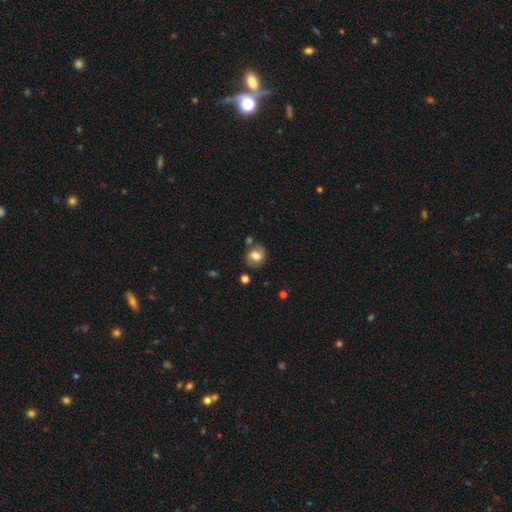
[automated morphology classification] A smooth galaxy with no disk features (71%) that is round (63%).

Vote fractions:
- Smooth or featured? smooth: 71% / featured or disk: 19% / star or artifact: 9%
- How rounded? round: 63% / in between: 36% / cigar-shaped: 1%
- Merging? none: 70% / minor disturbance: 16% / merger: 9% / major disturbance: 5%